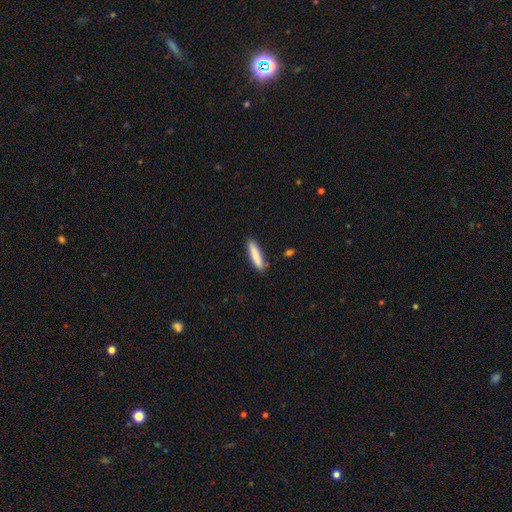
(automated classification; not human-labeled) A smooth galaxy with no disk features (84%) that is cigar-shaped (80%). Merging: none (82%).